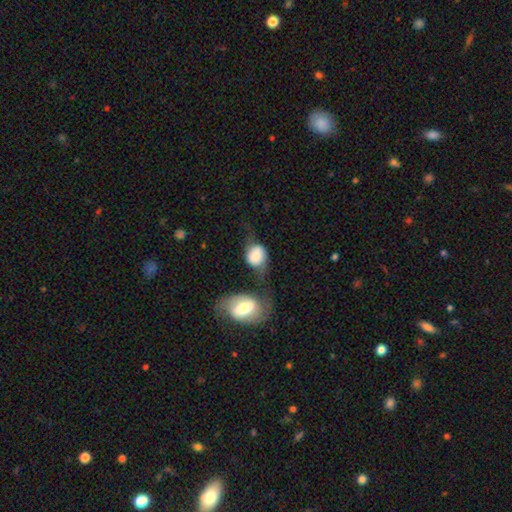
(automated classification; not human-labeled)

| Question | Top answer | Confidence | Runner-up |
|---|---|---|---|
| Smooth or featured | smooth | 66% | featured or disk (27%) |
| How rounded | round | 50% | in between (48%) |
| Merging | merger | 39% | none (26%) |